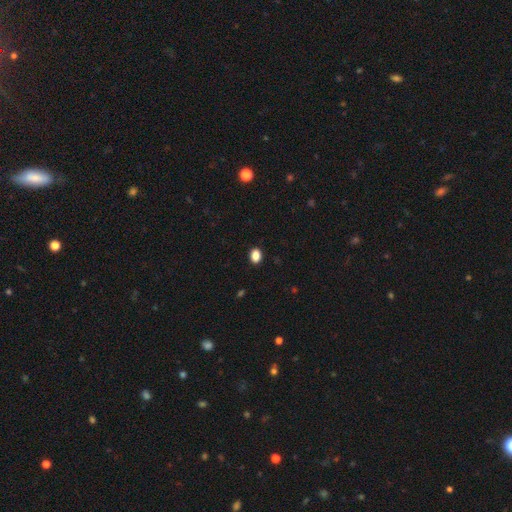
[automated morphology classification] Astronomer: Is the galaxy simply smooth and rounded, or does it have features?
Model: smooth — 87%.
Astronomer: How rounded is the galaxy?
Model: in between — 72%.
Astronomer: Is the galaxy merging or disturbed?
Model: none — 90%.